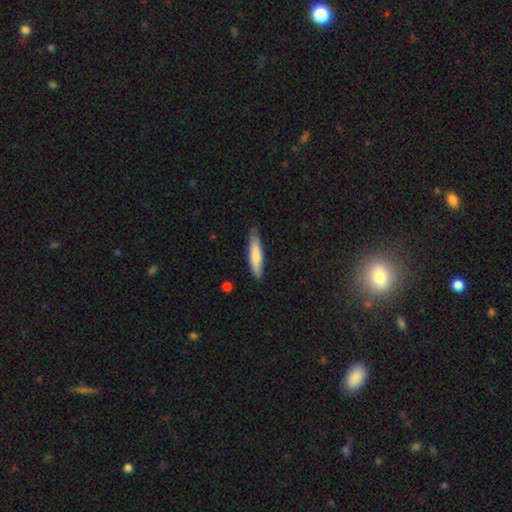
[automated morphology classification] This is likely a smooth galaxy (78%). How rounded: likely cigar-shaped (79%). Merging: likely none (77%).